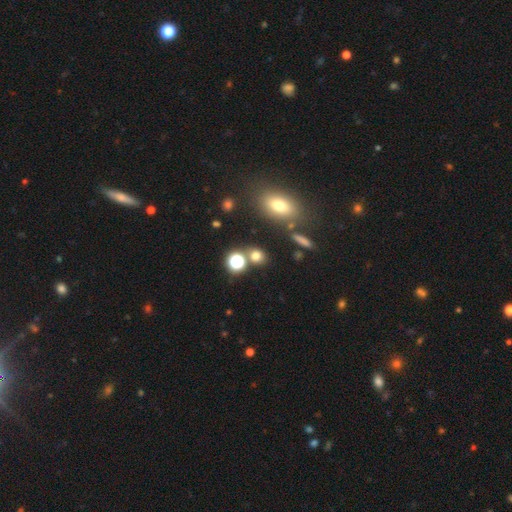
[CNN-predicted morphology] Overall: smooth (70%). How rounded: round (73%). Merging: none (70%).